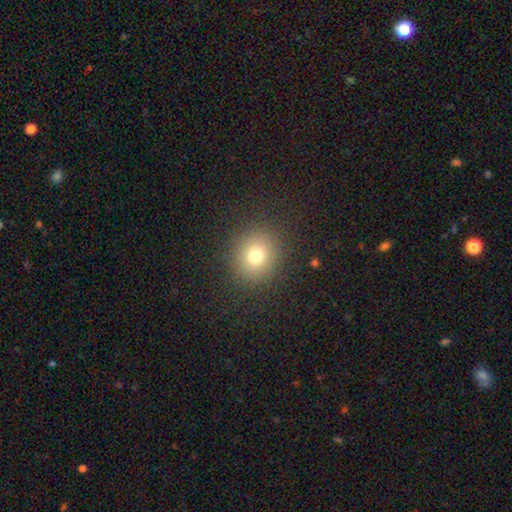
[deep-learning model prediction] smooth 76%, star or artifact 15%, featured or disk 9%. Down the decision tree: how rounded — round (85%); merging — none (89%).